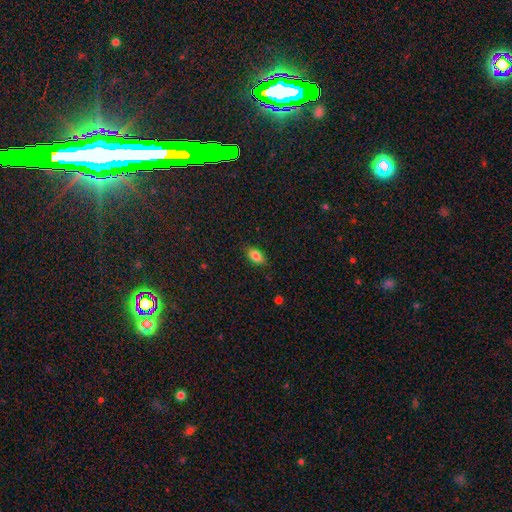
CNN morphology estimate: A smooth galaxy with no disk features (82%) that is in between round and cigar-shaped (86%).

Vote fractions:
- Smooth or featured? smooth: 82% / featured or disk: 9% / star or artifact: 9%
- How rounded? in between: 86% / round: 10% / cigar-shaped: 4%
- Merging? none: 83% / minor disturbance: 13% / major disturbance: 3% / merger: 1%